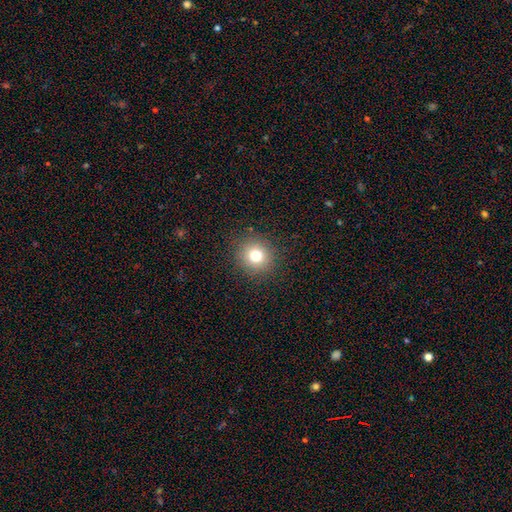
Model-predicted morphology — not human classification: type=smooth (76%); roundness=round (91%); merging=none (90%).